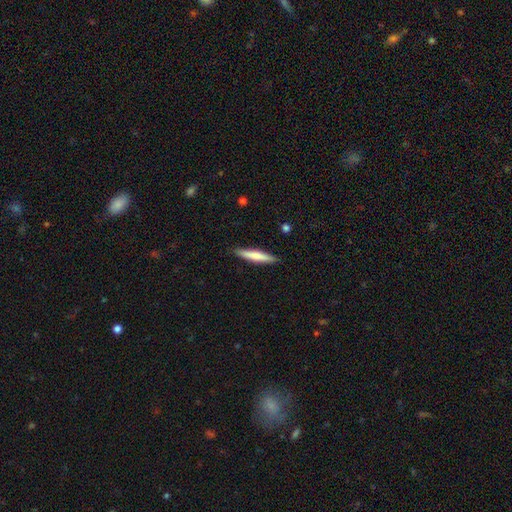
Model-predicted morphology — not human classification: smooth-or-featured: smooth: 67% | featured or disk: 28% | star or artifact: 5%
  how-rounded: cigar-shaped: 92% | in between: 7% | round: 1%
  merging: none: 89% | minor disturbance: 8% | major disturbance: 1% | merger: 1%